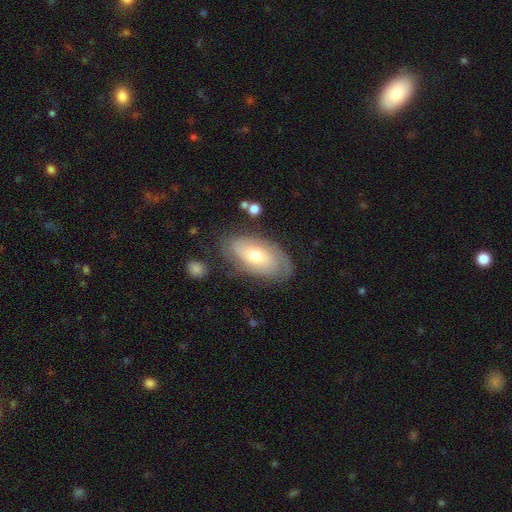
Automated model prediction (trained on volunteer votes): Overall: featured or disk (68%). Edge-on disk: no (92%). Bar: no (71%). Spiral arms: yes (87%). Spiral arm count: 2 (44%; can't tell 36%). Spiral winding: tight (64%; medium 27%). Bulge size: moderate (63%; small 30%). Merging: none (75%).